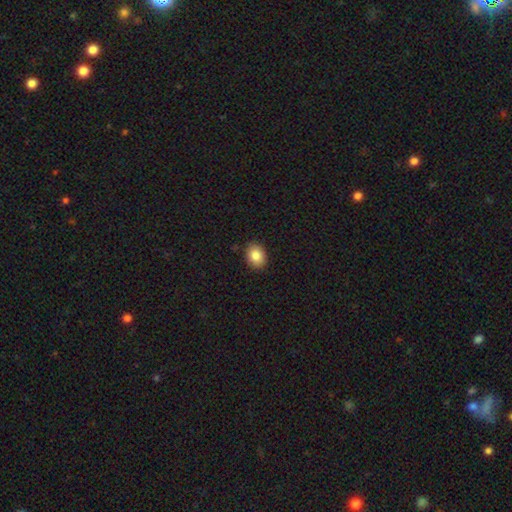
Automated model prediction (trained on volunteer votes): Morphology: type=smooth (85%); roundness=in between (61%); merging=none (88%).